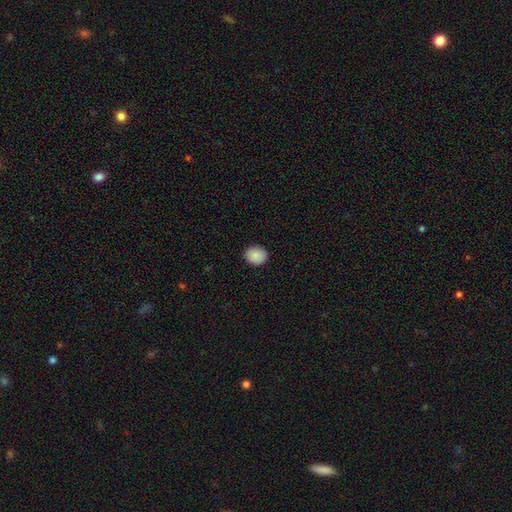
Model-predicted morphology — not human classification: Q: Smooth or featured?
A: smooth (89%); runner-up: star or artifact (8%)
Q: How rounded?
A: round (65%); runner-up: in between (34%)
Q: Merging?
A: none (90%); runner-up: minor disturbance (7%)